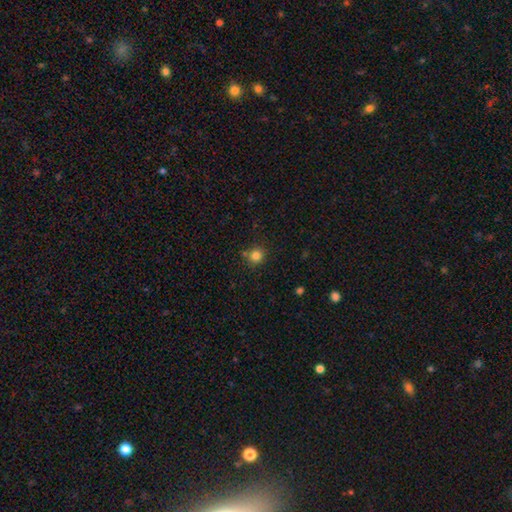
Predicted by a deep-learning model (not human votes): smooth_or_featured: smooth (p=0.82) [alt: star or artifact p=0.13]
how_rounded: round (p=0.92) [alt: in between p=0.07]
merging: none (p=0.79) [alt: minor disturbance p=0.10]